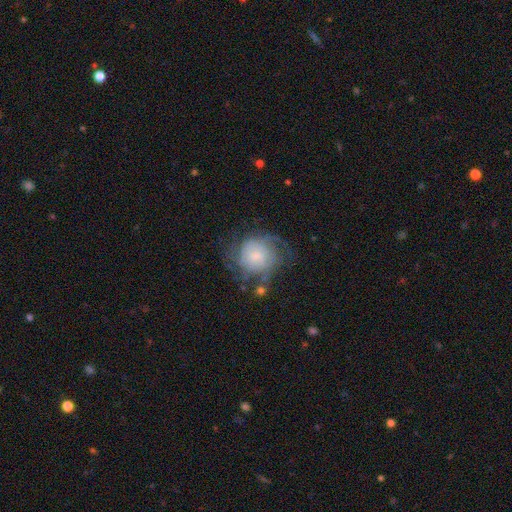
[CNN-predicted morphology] Smooth or featured: featured or disk — 58% (smooth — 34%)
Edge-on disk: no — 97% (yes — 3%)
Bar: no — 64% (weak — 32%)
Spiral arms: yes — 81% (no — 19%)
Bulge size: small — 53% (moderate — 27%)
Merging: none — 55% (minor disturbance — 22%)